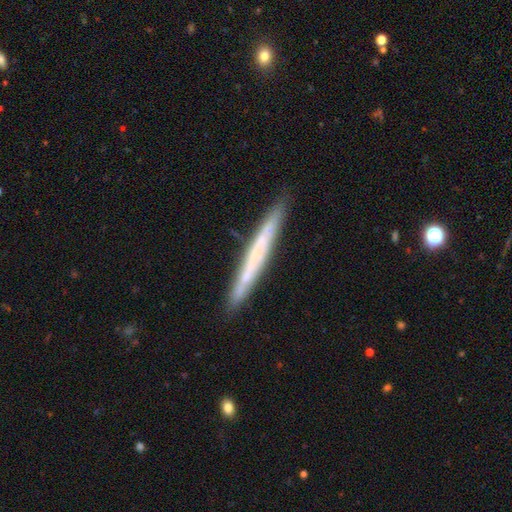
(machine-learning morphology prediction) A featured or disk galaxy (50%) viewed edge-on (93%).

Vote fractions:
- Smooth or featured? featured or disk: 50% / smooth: 43% / star or artifact: 7%
- Edge-on disk? yes: 93% / no: 7%
- Merging? none: 88% / minor disturbance: 9% / merger: 2% / major disturbance: 2%